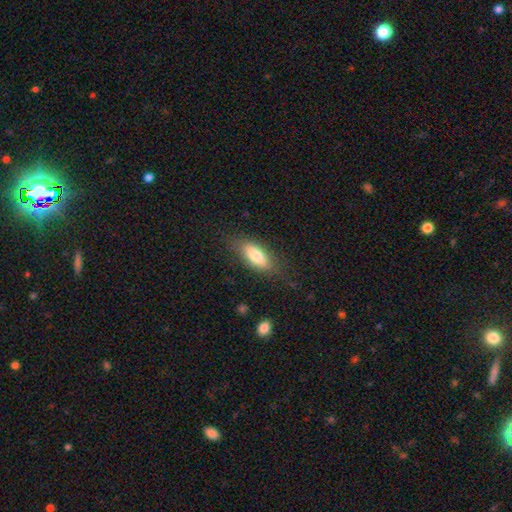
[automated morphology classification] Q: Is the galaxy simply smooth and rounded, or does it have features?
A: smooth — 76%.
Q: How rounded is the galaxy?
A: in between — 74%.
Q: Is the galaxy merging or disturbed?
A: none — 75%.